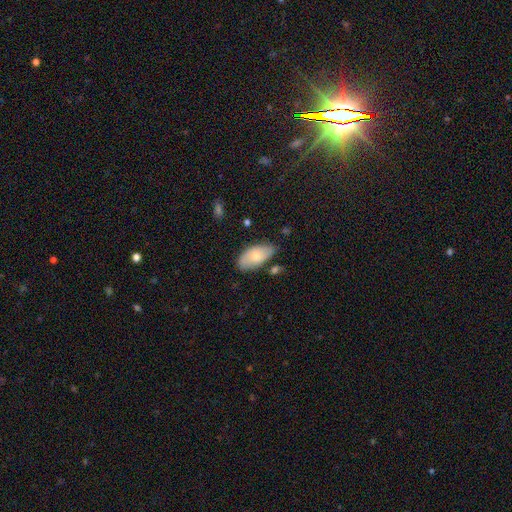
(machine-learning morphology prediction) The model was most divided on "smooth or featured": smooth: 71%, featured or disk: 22%, star or artifact: 6%. More confident: how rounded — in between (94%); merging — none (72%).